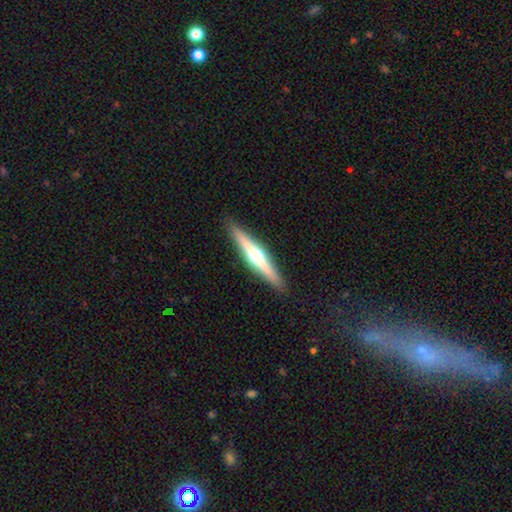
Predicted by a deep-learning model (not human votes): featured or disk 68%, smooth 26%, star or artifact 6%. Down the decision tree: edge-on disk — yes (97%); edge-on bulge — rounded (93%); merging — none (91%).